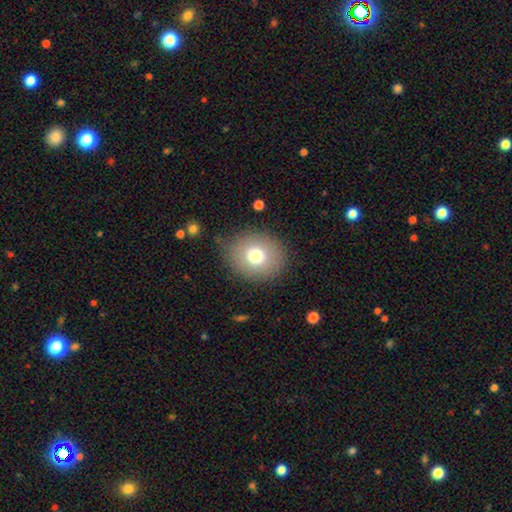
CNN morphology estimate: Smooth or featured? Predicted: smooth (p=0.76). How rounded? Predicted: round (p=0.69). Merging? Predicted: none (p=0.80).